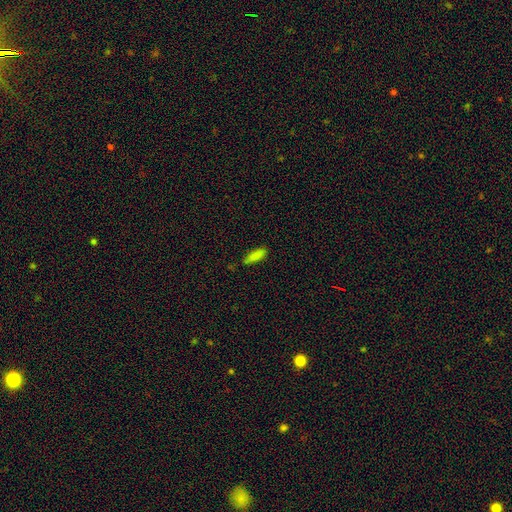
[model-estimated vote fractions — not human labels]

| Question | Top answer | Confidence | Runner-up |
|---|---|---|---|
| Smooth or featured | smooth | 85% | star or artifact (9%) |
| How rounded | cigar-shaped | 53% | in between (45%) |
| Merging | none | 72% | minor disturbance (21%) |